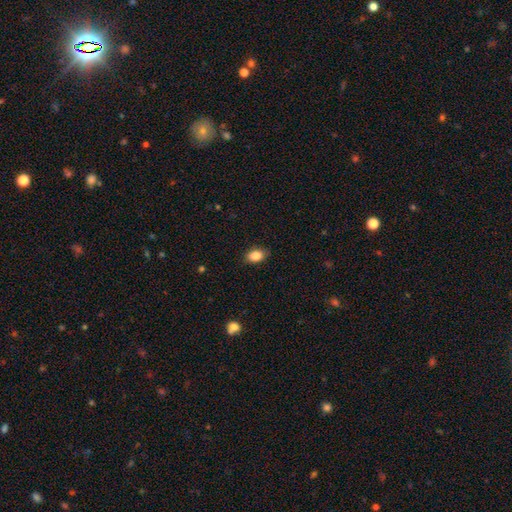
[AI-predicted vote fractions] Morphology: type=smooth (86%); roundness=in between (84%); merging=none (86%).